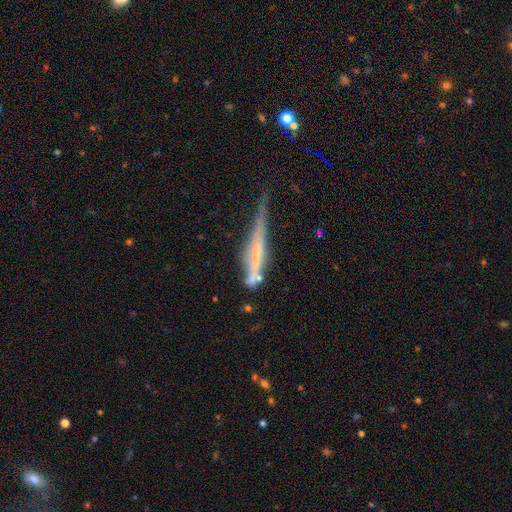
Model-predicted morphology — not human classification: This is possibly a featured or disk galaxy (56%). It is clearly viewed edge-on (82%). Merging: marginally minor disturbance (34%).